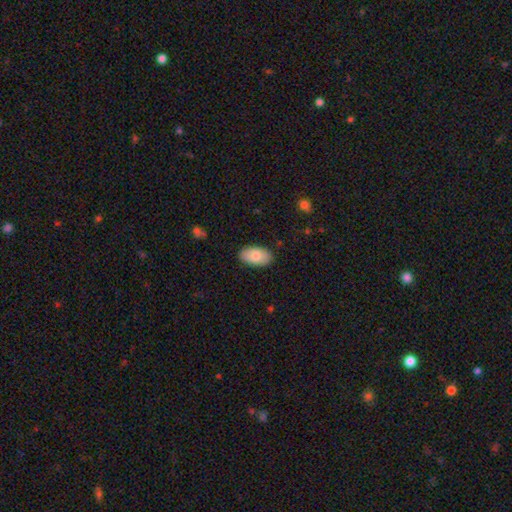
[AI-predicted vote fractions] Q: Smooth or featured?
A: smooth (81%); runner-up: featured or disk (13%)
Q: How rounded?
A: in between (95%); runner-up: round (3%)
Q: Merging?
A: none (87%); runner-up: minor disturbance (10%)